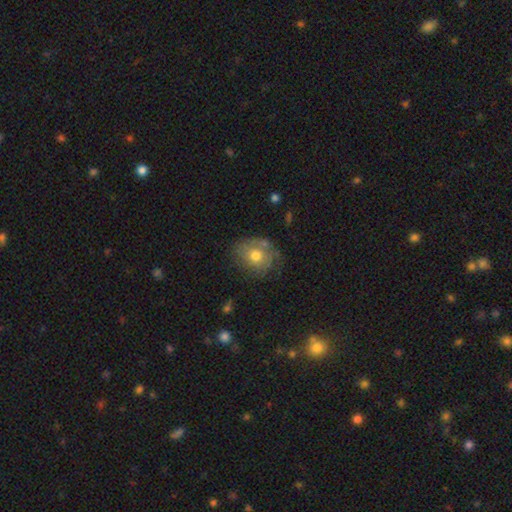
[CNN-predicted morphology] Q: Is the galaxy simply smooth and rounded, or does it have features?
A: smooth — 59%.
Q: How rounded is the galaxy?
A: round — 68%.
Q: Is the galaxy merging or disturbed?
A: none — 60%.